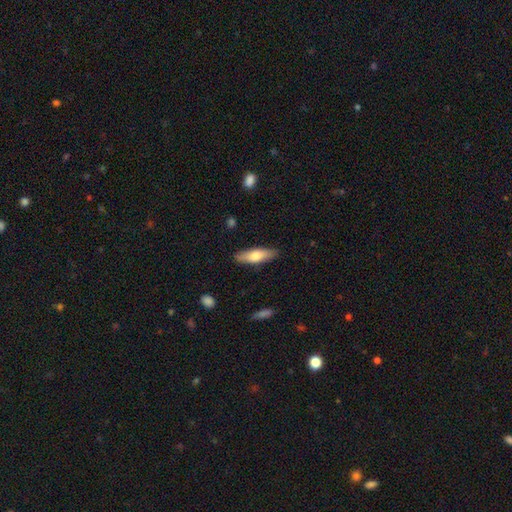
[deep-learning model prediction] Smooth or featured: smooth — 66% (featured or disk — 28%)
How rounded: cigar-shaped — 53% (in between — 45%)
Merging: none — 88% (minor disturbance — 9%)